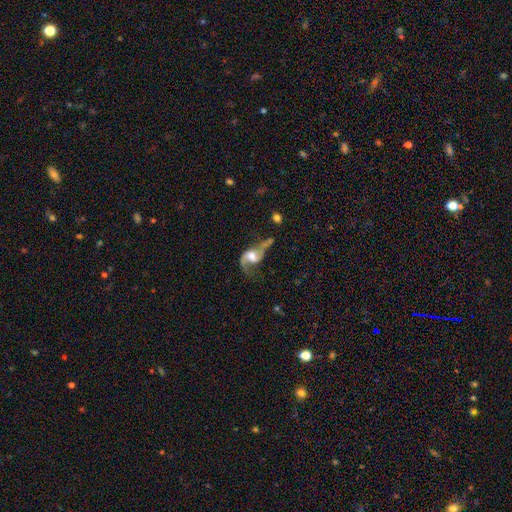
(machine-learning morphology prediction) A featured or disk galaxy (75%) with no bar (55%), 2 (77%) loose (76%) spiral arms (86%) and a moderate central bulge (48%).

Vote fractions:
- Smooth or featured? featured or disk: 75% / smooth: 15% / star or artifact: 10%
- Edge-on disk? no: 94% / yes: 6%
- Bar? no: 55% / weak: 33% / strong: 12%
- Spiral arms? yes: 86% / no: 14%
- Spiral winding? loose: 76% / medium: 19% / tight: 5%
- Spiral arm count? 2: 77% / 1: 14% / can't tell: 5% / 3: 2% / 4: 1% / more than 4: 1%
- Bulge size? moderate: 48% / large: 28% / small: 14% / none: 5% / dominant: 4%
- Merging? major disturbance: 35% / none: 33% / minor disturbance: 16% / merger: 16%